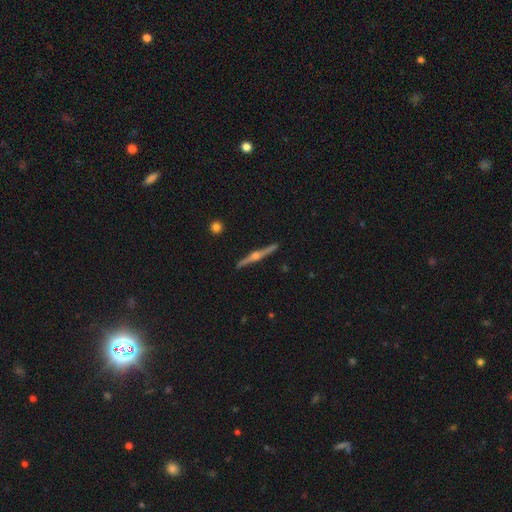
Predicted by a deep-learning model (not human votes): Overall: featured or disk (83%). Edge-on disk: yes (98%). Edge-on bulge: rounded (92%). Merging: none (92%).